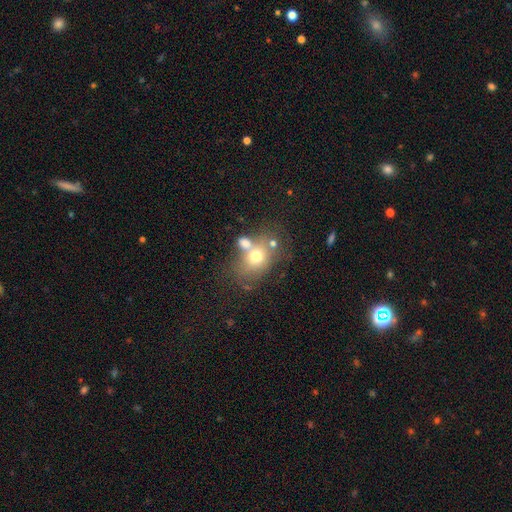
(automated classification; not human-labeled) smooth_or_featured: smooth (p=0.65) [alt: featured or disk p=0.23]
how_rounded: in between (p=0.60) [alt: round p=0.39]
merging: none (p=0.41) [alt: merger p=0.37]